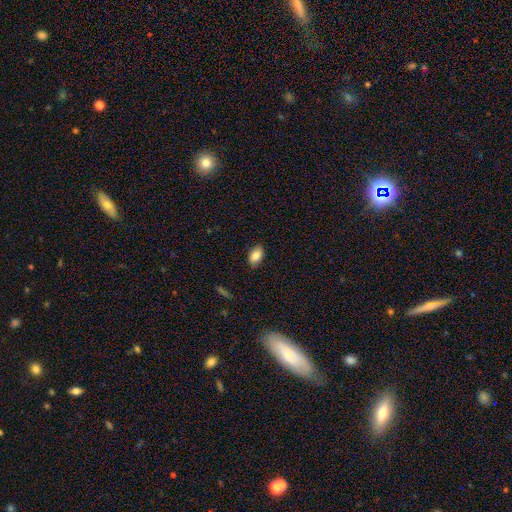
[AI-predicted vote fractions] A smooth galaxy with no disk features (83%) that is in between round and cigar-shaped (90%). Merging: none (84%).